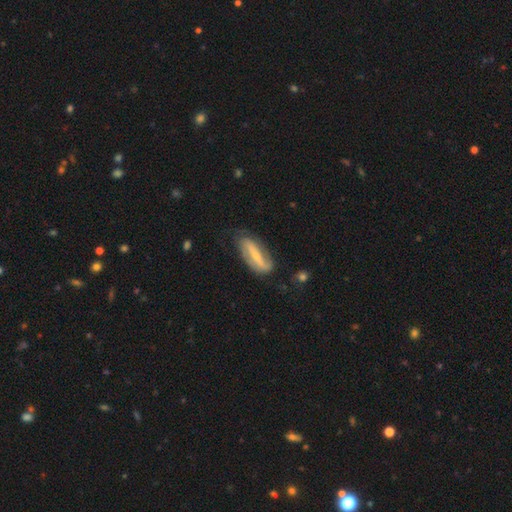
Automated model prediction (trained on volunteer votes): Smooth or featured?
  - featured or disk: 71% *
  - smooth: 24%
  - star or artifact: 6%
Edge-on disk?
  - no: 85% *
  - yes: 15%
Bar?
  - strong: 60% *
  - weak: 25%
  - no: 15%
Spiral arms?
  - yes: 83% *
  - no: 17%
Bulge size?
  - small: 63% *
  - moderate: 27%
  - none: 6%
  - large: 2%
  - dominant: 1%
Merging?
  - none: 70% *
  - minor disturbance: 21%
  - major disturbance: 7%
  - merger: 2%